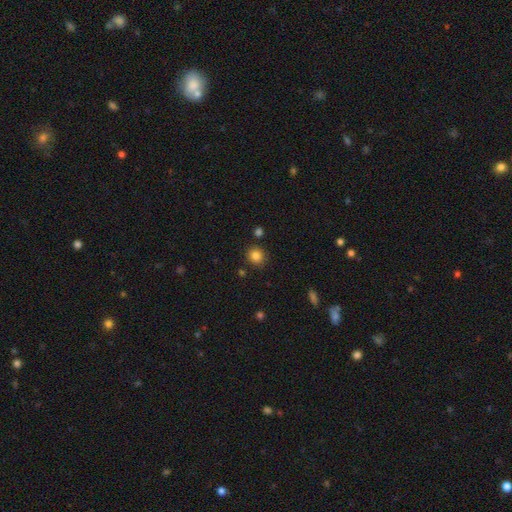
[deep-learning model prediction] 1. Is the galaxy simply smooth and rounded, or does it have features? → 84% smooth, 11% star or artifact, 5% featured or disk.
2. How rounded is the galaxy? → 87% round, 13% in between, 1% cigar-shaped.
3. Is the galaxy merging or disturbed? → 86% none, 8% minor disturbance, 4% merger, 3% major disturbance.